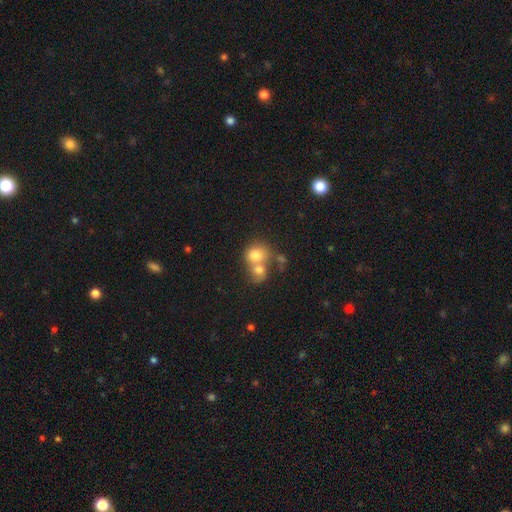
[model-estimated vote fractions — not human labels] This appears to be a smooth galaxy with no disk features (74%) that is round (68%). Merging: merger (67%).